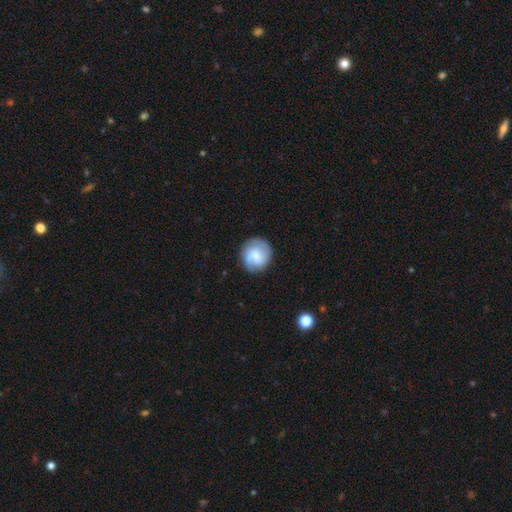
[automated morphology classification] Q: Smooth or featured?
A: featured or disk (56%); runner-up: smooth (37%)
Q: Edge-on disk?
A: no (98%); runner-up: yes (2%)
Q: Bar?
A: no (47%); runner-up: weak (44%)
Q: Spiral arms?
A: yes (91%); runner-up: no (9%)
Q: Bulge size?
A: small (41%); runner-up: moderate (38%)
Q: Merging?
A: none (82%); runner-up: minor disturbance (13%)